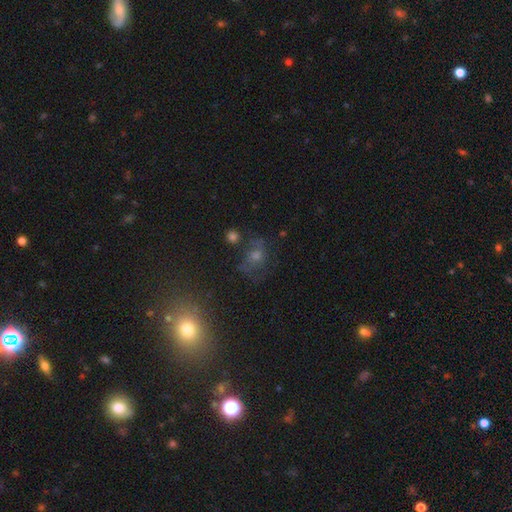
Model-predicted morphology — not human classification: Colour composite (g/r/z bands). It shows a smooth galaxy with no disk features (38%). Merging: none (61%).